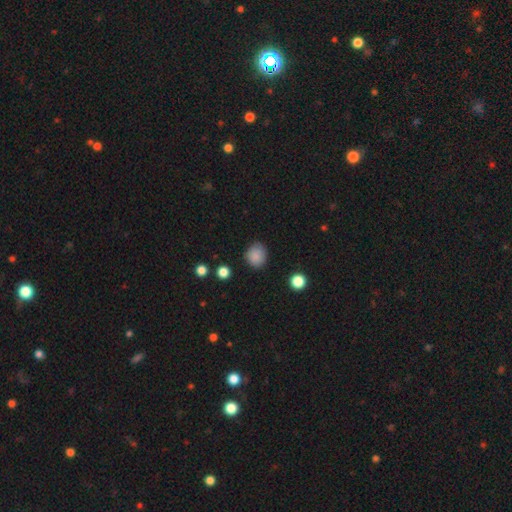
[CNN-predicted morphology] Smooth or featured? Predicted: smooth (p=0.86). How rounded? Predicted: round (p=0.73). Merging? Predicted: none (p=0.82).